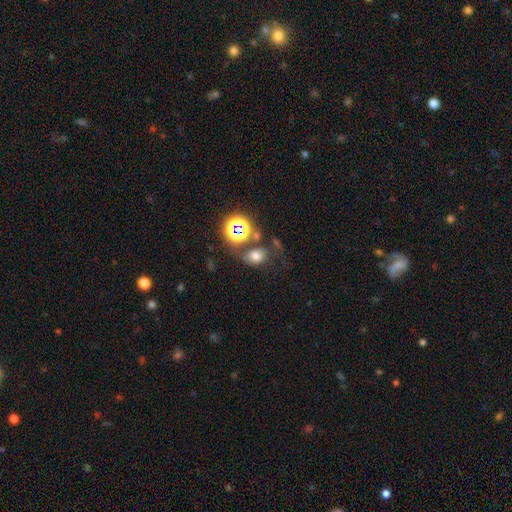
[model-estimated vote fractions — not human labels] Morphology: type=smooth (63%); roundness=in between (56%); merging=none (48%).